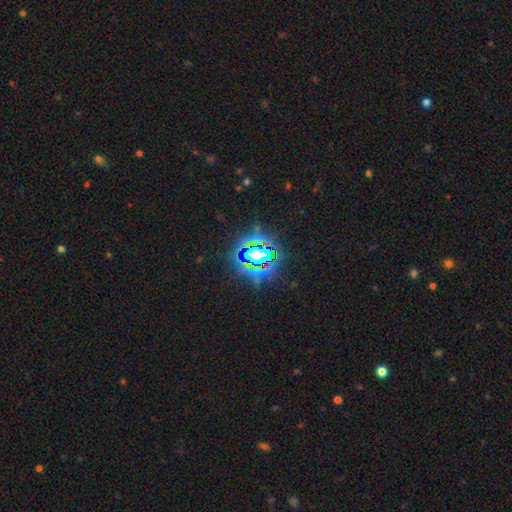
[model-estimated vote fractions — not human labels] Morphology: type=star or artifact (82%).